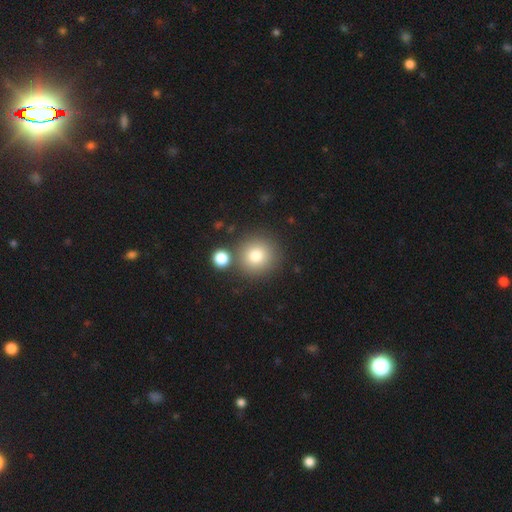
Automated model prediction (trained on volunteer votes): smooth-or-featured: smooth: 79% | star or artifact: 12% | featured or disk: 10%
  how-rounded: round: 93% | in between: 6% | cigar-shaped: 1%
  merging: none: 77% | merger: 13% | minor disturbance: 8% | major disturbance: 3%